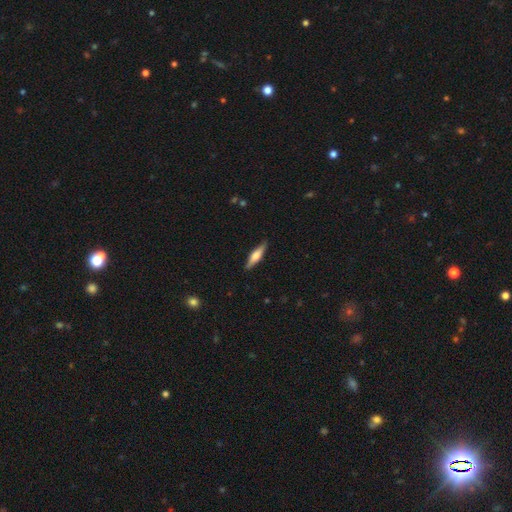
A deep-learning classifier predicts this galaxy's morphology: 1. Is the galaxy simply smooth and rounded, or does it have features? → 47% smooth (tied), 47% featured or disk (tied), 6% star or artifact.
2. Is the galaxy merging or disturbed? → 88% none, 9% minor disturbance, 2% major disturbance, 1% merger.